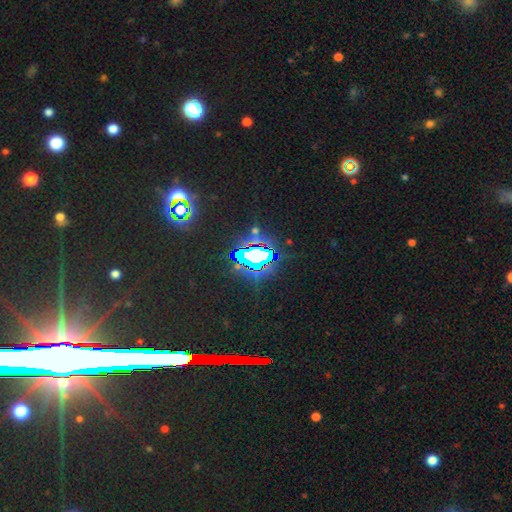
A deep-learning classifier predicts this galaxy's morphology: Overall: star or artifact (74%).